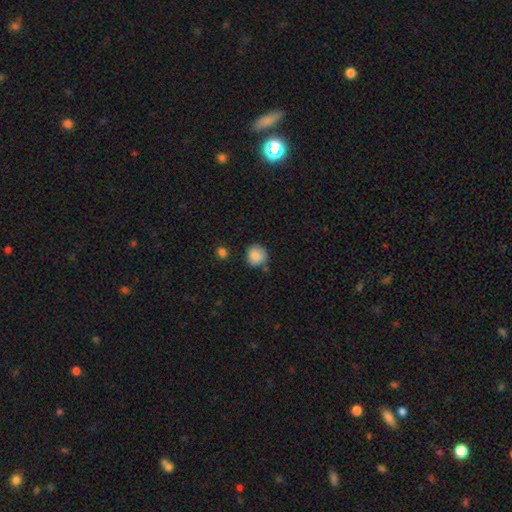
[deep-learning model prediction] This is clearly a smooth galaxy (86%). How rounded: clearly round (92%). Merging: likely none (80%).